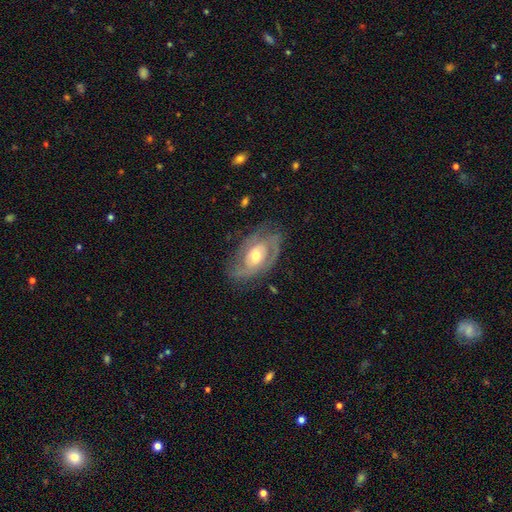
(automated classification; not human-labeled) featured or disk 83%, smooth 12%, star or artifact 5%. Down the decision tree: edge-on disk — no (95%); bar — no (58%); spiral arms — yes (90%); spiral arm count — 2 (60%); spiral winding — tight (52%); bulge size — moderate (64%); merging — none (72%).